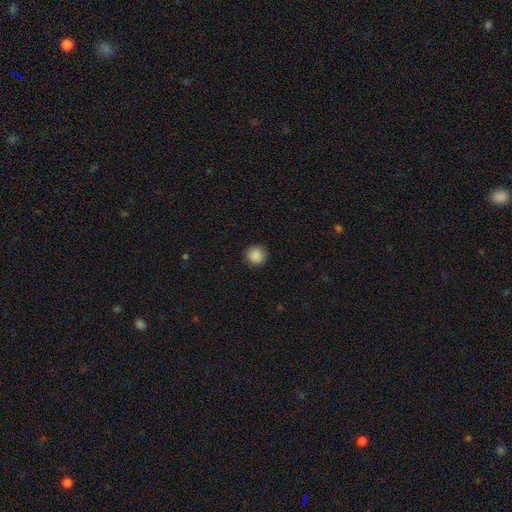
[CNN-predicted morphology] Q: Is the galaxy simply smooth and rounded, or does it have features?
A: smooth — 88%.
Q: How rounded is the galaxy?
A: round — 92%.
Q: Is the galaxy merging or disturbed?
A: none — 89%.